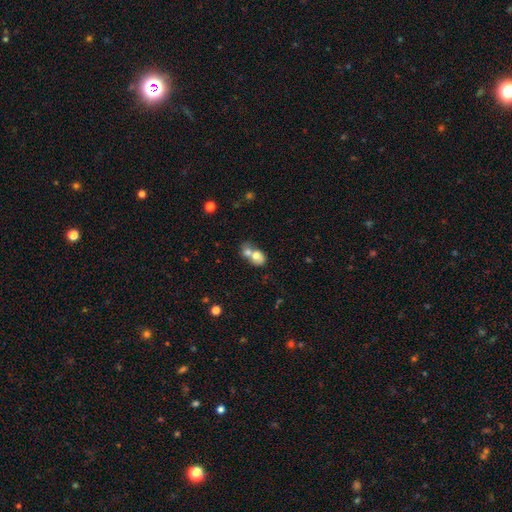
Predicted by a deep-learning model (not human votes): Morphology: type=smooth (67%); roundness=in between (53%); merging=merger (74%).